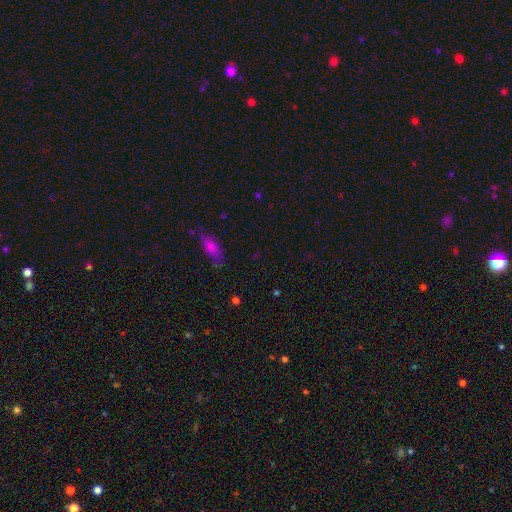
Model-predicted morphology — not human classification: Q: Smooth or featured?
A: smooth (54%); runner-up: star or artifact (36%)
Q: How rounded?
A: in between (56%); runner-up: round (25%)
Q: Merging?
A: none (75%); runner-up: minor disturbance (15%)